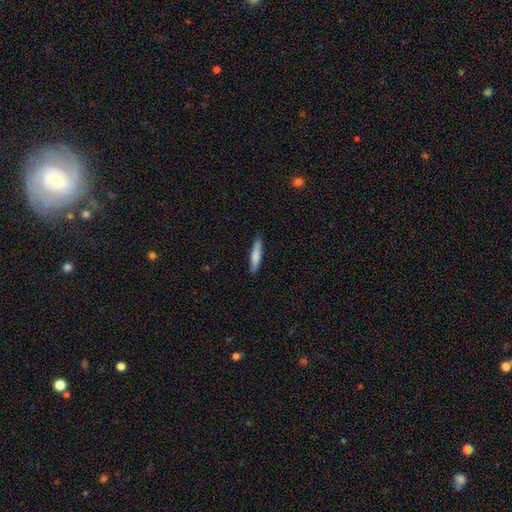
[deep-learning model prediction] This appears to be a smooth galaxy with no disk features (79%) that is cigar-shaped (85%). Merging: none (88%).